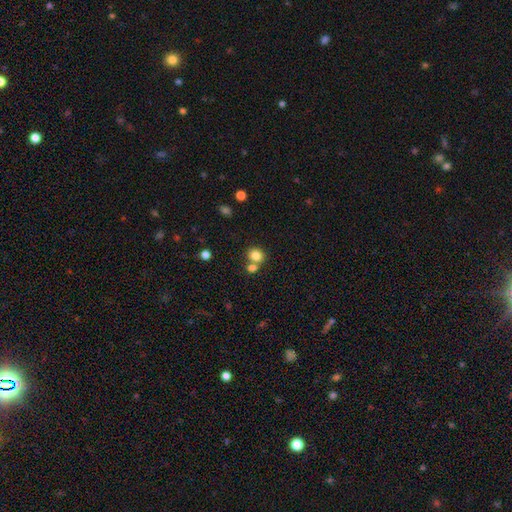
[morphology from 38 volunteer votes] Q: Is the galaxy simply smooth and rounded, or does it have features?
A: smooth — 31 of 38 (82%).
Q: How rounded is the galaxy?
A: round — 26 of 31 (84%).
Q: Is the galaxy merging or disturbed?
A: none — 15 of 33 (45%, tied with merger).